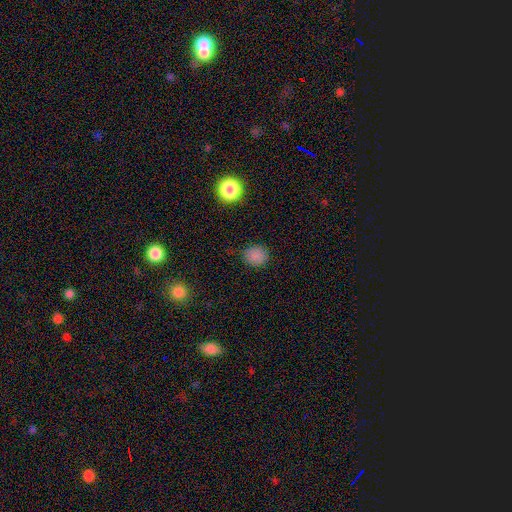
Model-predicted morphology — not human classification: Smooth or featured: smooth — 84% (star or artifact — 13%)
How rounded: round — 82% (in between — 17%)
Merging: none — 85% (minor disturbance — 10%)